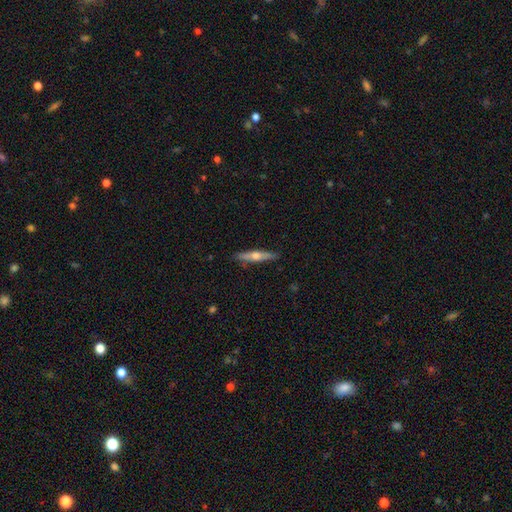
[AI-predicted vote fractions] smooth_or_featured: featured or disk (p=0.59) [alt: smooth p=0.35]
disk_edge_on: yes (p=0.95) [alt: no p=0.05]
edge_on_bulge: rounded (p=0.89) [alt: none p=0.07]
merging: none (p=0.89) [alt: minor disturbance p=0.08]